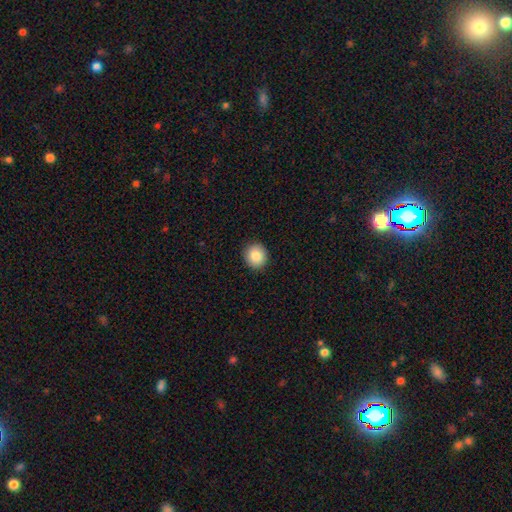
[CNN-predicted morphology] smooth_or_featured: smooth (p=0.86) [alt: star or artifact p=0.08]
how_rounded: round (p=0.83) [alt: in between p=0.16]
merging: none (p=0.92) [alt: minor disturbance p=0.06]